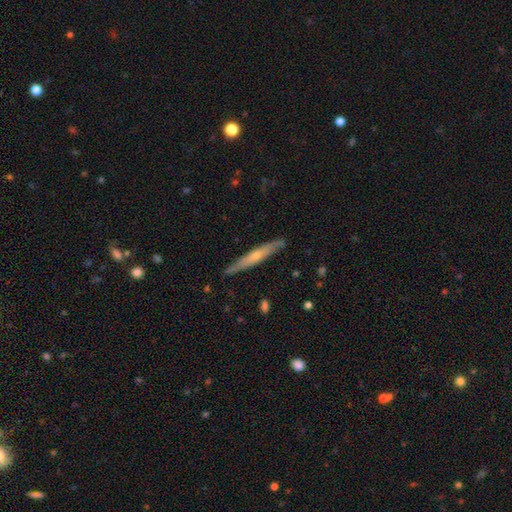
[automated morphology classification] smooth-or-featured: featured or disk: 54% | smooth: 40% | star or artifact: 6%
  disk-edge-on: yes: 92% | no: 8%
  merging: none: 87% | minor disturbance: 10% | major disturbance: 2% | merger: 1%